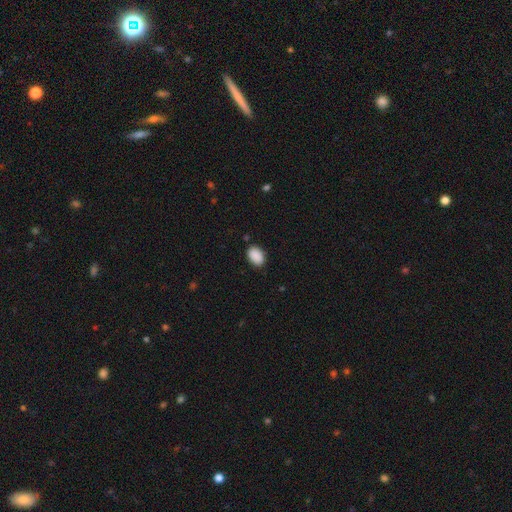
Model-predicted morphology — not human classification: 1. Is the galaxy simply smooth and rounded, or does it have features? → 90% smooth, 8% star or artifact, 2% featured or disk.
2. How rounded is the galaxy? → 85% in between, 14% round, 1% cigar-shaped.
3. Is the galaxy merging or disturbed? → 86% none, 11% minor disturbance, 2% major disturbance, 1% merger.